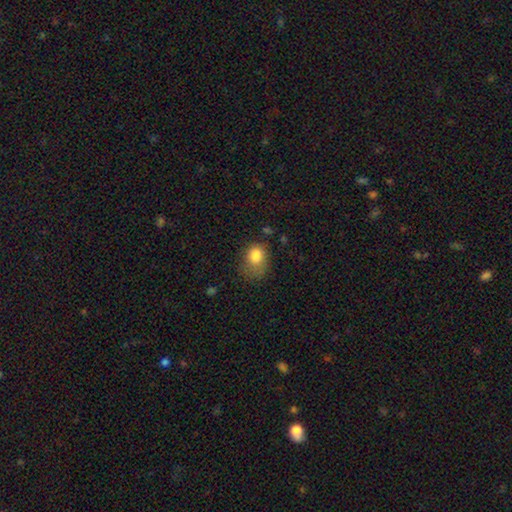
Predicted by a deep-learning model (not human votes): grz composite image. It shows a smooth galaxy with no disk features (81%) that is in between round and cigar-shaped (59%). Merging: minor disturbance (33%).